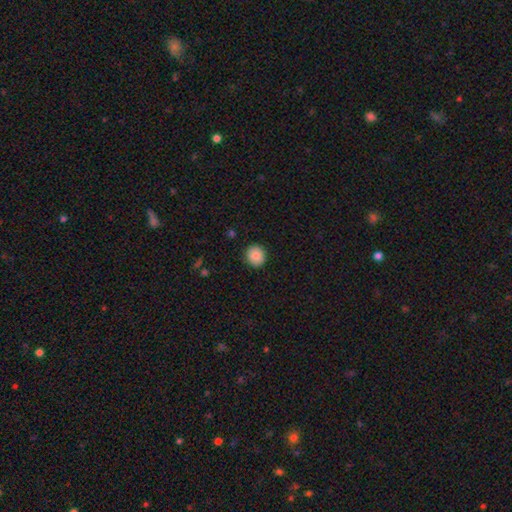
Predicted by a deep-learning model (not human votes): smooth_or_featured: smooth (p=0.86) [alt: star or artifact p=0.08]
how_rounded: round (p=0.88) [alt: in between p=0.11]
merging: none (p=0.90) [alt: minor disturbance p=0.07]